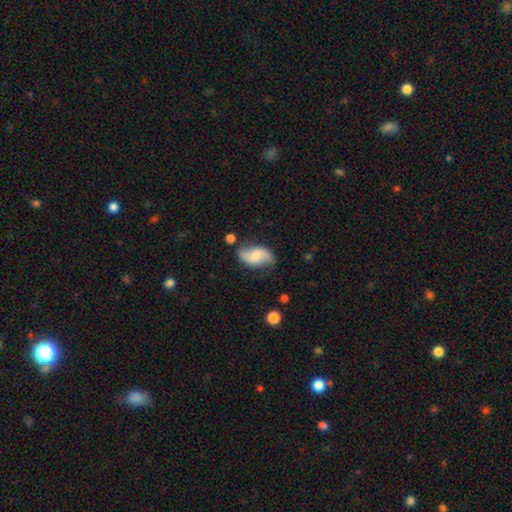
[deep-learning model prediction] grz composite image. It shows a featured or disk galaxy (63%) with no bar (44%), 2 (90%) loose (67%) spiral arms (91%) and a small central bulge (39%, tied with moderate). Merging: none (67%).